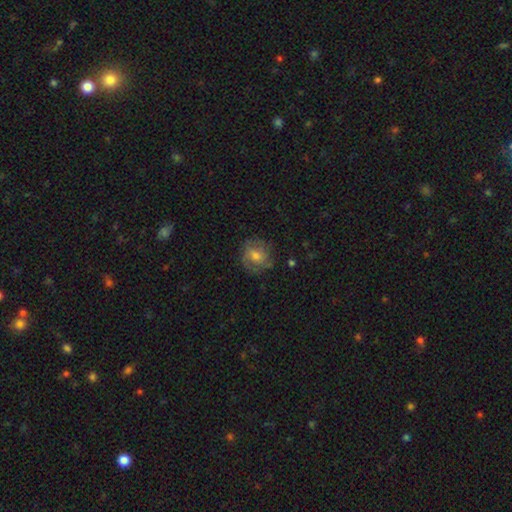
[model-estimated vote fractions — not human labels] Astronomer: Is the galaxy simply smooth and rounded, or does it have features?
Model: smooth — 47% (runner-up: featured or disk, 45%).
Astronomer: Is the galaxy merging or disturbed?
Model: none — 69%.